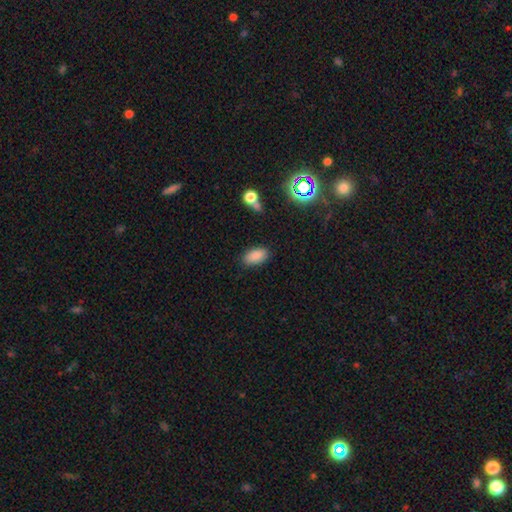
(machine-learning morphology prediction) smooth 85%, star or artifact 10%, featured or disk 5%. Down the decision tree: how rounded — in between (93%); merging — none (84%).